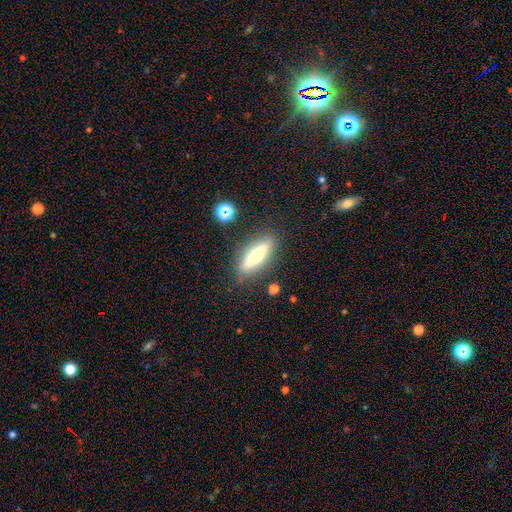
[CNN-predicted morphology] type=smooth (55%); roundness=cigar-shaped (68%); merging=none (84%).